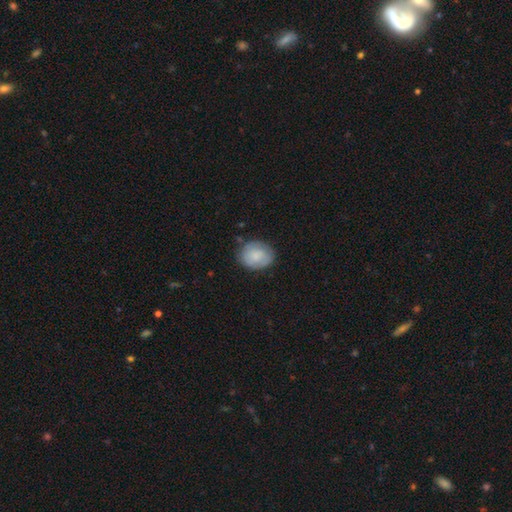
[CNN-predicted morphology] This appears to be a smooth galaxy with no disk features (71%) that is round (50%). Merging: none (76%).